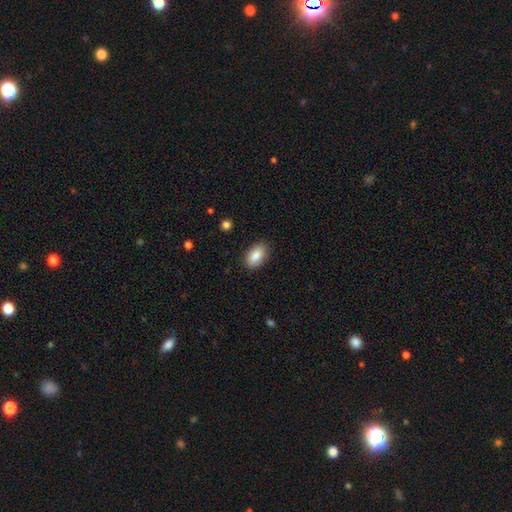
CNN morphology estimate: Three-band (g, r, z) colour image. It shows a smooth galaxy with no disk features (87%) that is in between round and cigar-shaped (93%). Merging: none (88%).